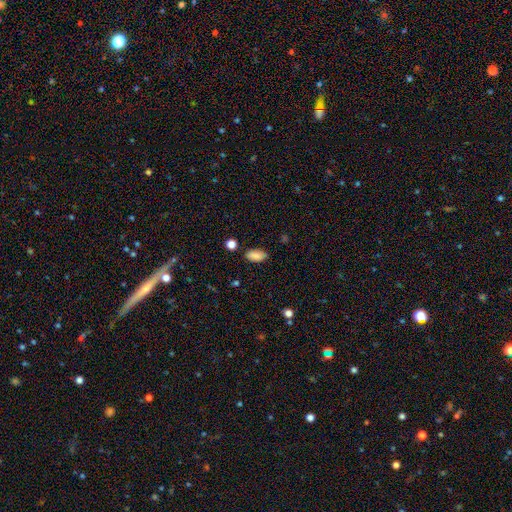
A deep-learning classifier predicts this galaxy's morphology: smooth_or_featured: smooth (p=0.87) [alt: star or artifact p=0.08]
how_rounded: in between (p=0.92) [alt: cigar-shaped p=0.05]
merging: none (p=0.82) [alt: minor disturbance p=0.12]